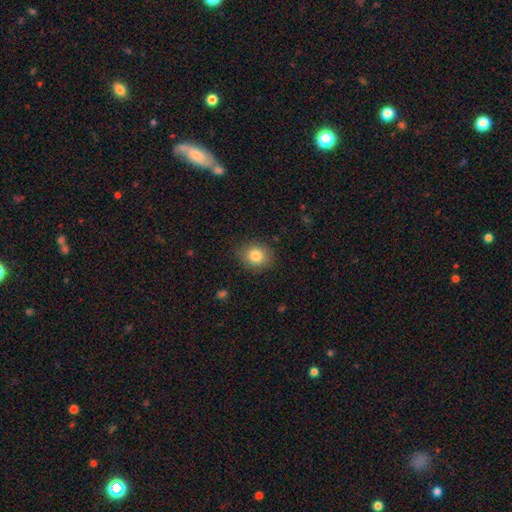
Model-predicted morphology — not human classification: The model was most divided on "how rounded": round: 71%, in between: 28%, cigar-shaped: 1%. More confident: smooth or featured — smooth (83%); merging — none (83%).